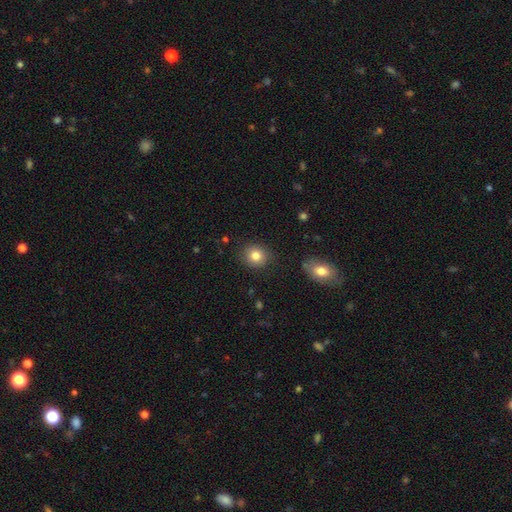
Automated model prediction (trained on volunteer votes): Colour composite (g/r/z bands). It shows a smooth galaxy with no disk features (83%) that is round (79%). Merging: none (87%).